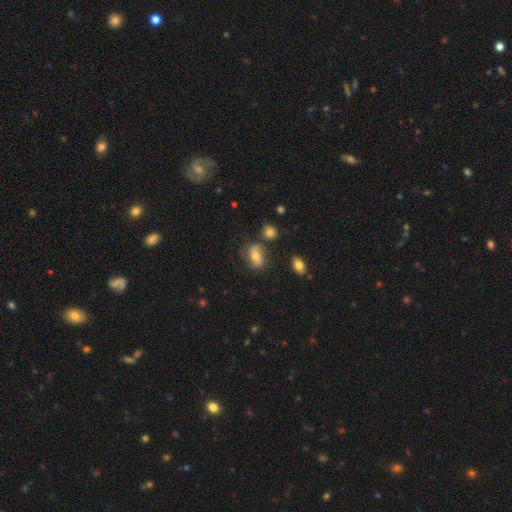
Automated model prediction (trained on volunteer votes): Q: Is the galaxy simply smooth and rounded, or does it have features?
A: smooth — 52%.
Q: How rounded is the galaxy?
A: in between — 77%.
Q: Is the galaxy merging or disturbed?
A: none — 64%.